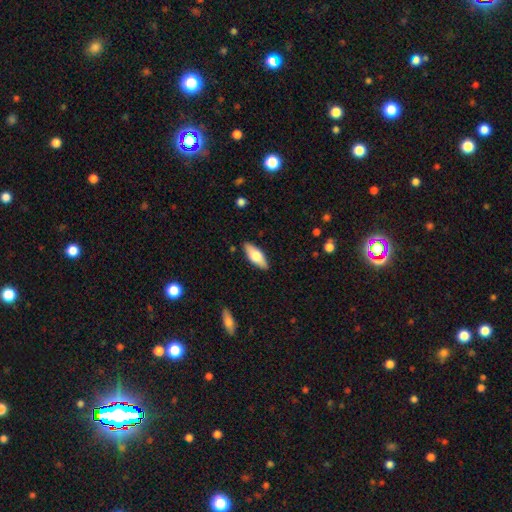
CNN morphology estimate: A smooth galaxy with no disk features (64%) that is in between round and cigar-shaped (74%). Merging: none (88%).